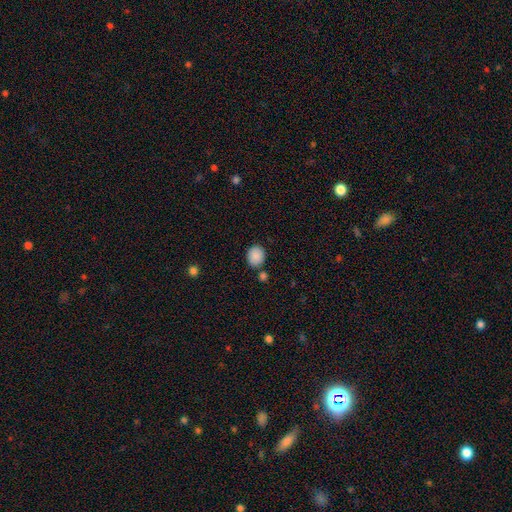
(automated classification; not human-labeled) smooth-or-featured: smooth: 89% | star or artifact: 8% | featured or disk: 3%
  how-rounded: round: 68% | in between: 31% | cigar-shaped: 1%
  merging: none: 78% | minor disturbance: 11% | merger: 8% | major disturbance: 3%